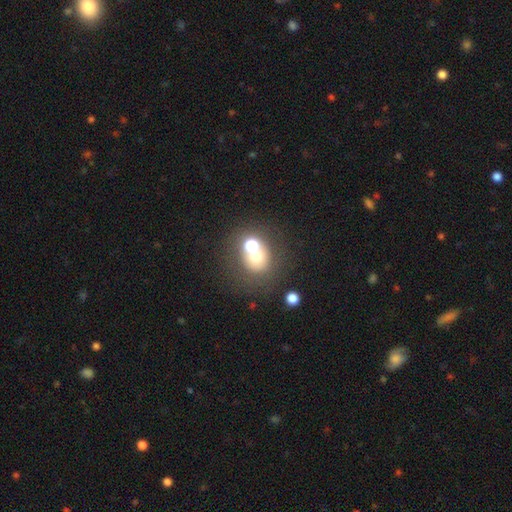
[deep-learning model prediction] This appears to be a smooth galaxy with no disk features (61%) that is round (78%). Merging: none (44%).